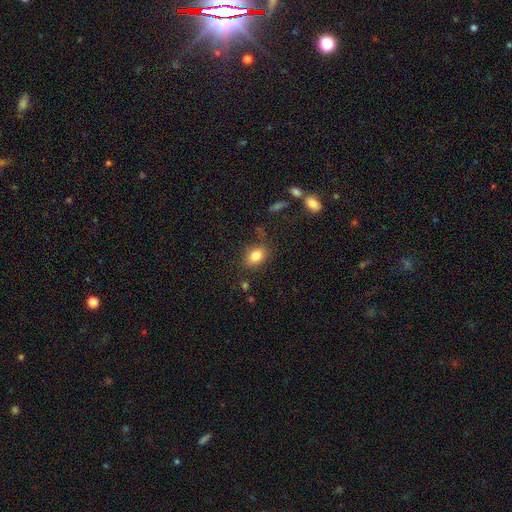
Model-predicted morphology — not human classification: This appears to be a smooth galaxy with no disk features (82%) that is in between round and cigar-shaped (71%). Merging: none (77%).